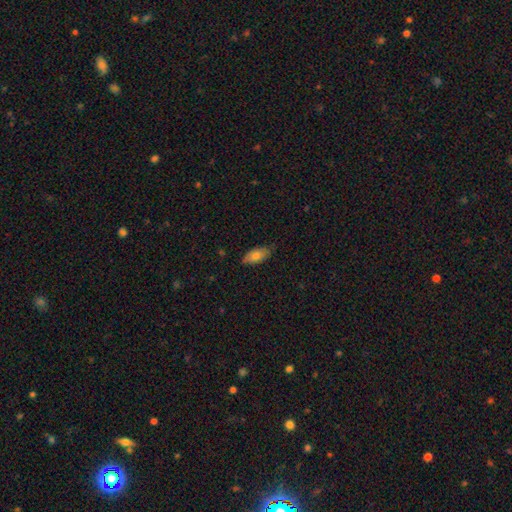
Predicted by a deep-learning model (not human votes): Overall: smooth (75%). How rounded: in between (88%). Merging: none (77%).